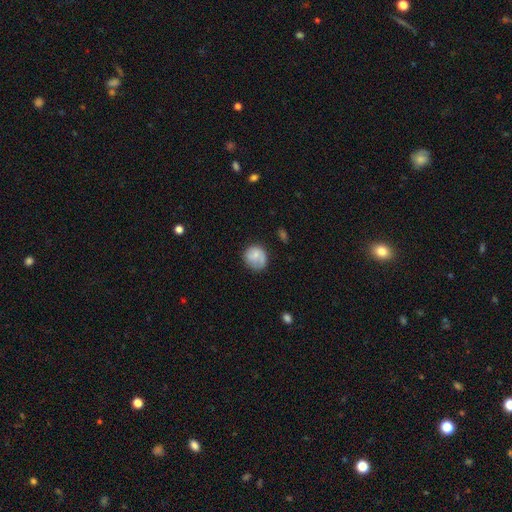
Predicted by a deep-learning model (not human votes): Smooth or featured?
  - smooth: 73% *
  - featured or disk: 20%
  - star or artifact: 8%
How rounded?
  - round: 77% *
  - in between: 22%
  - cigar-shaped: 1%
Merging?
  - none: 61% *
  - minor disturbance: 26%
  - major disturbance: 10%
  - merger: 3%